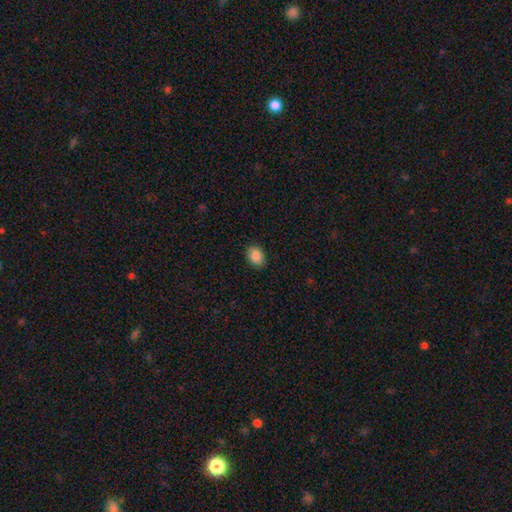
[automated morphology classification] smooth 88%, star or artifact 8%, featured or disk 4%. Down the decision tree: how rounded — in between (75%); merging — none (89%).